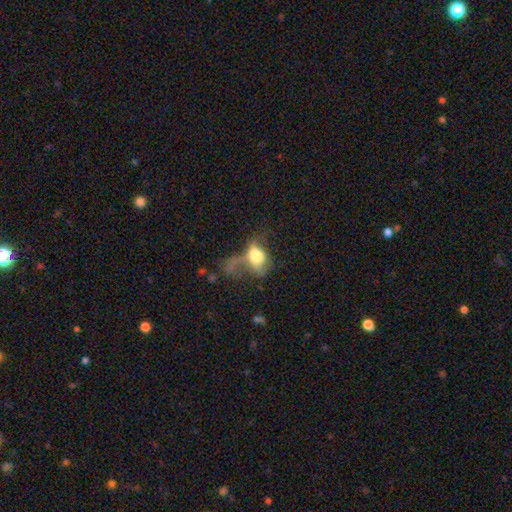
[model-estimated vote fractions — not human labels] smooth 61%, featured or disk 29%, star or artifact 10%. Down the decision tree: how rounded — in between (79%); merging — major disturbance (56%).